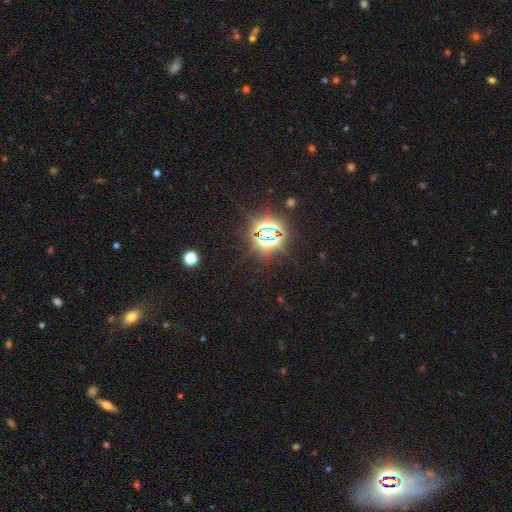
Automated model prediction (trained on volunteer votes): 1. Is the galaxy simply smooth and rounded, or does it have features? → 81% star or artifact, 13% smooth, 6% featured or disk.